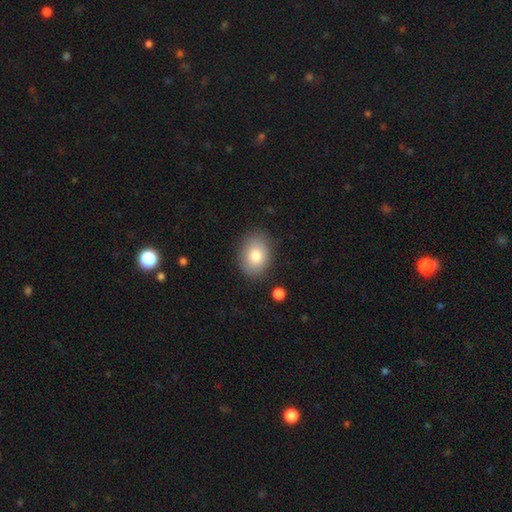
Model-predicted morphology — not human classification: type=smooth (80%); roundness=in between (71%); merging=none (83%).